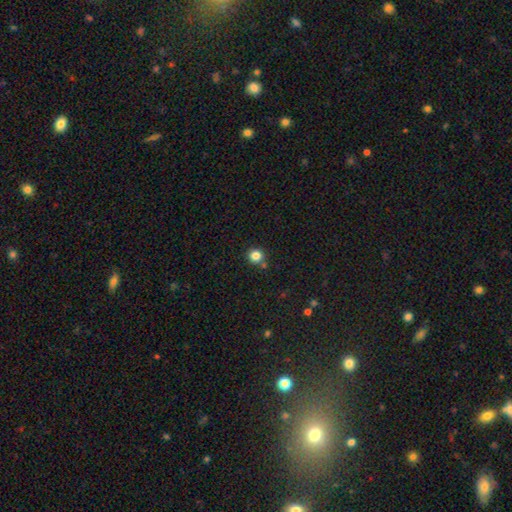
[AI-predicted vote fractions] Smooth or featured? smooth (83%)
How rounded? round (93%)
Merging? none (82%)